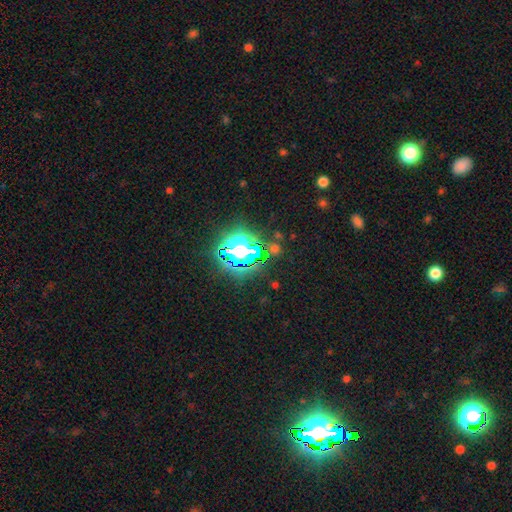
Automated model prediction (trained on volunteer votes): Morphology: type=star or artifact (62%).